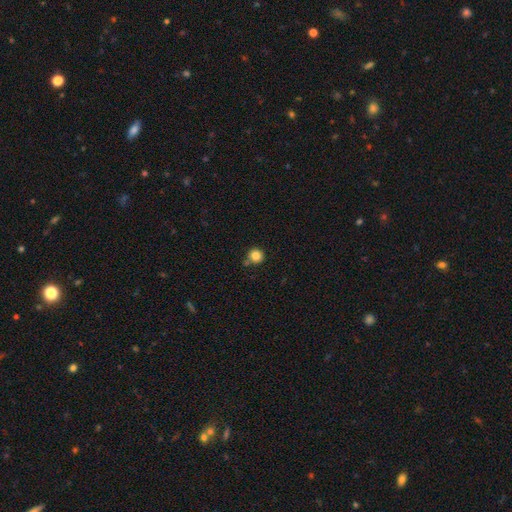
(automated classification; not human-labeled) smooth 83%, star or artifact 11%, featured or disk 5%. Down the decision tree: how rounded — round (95%); merging — none (78%).